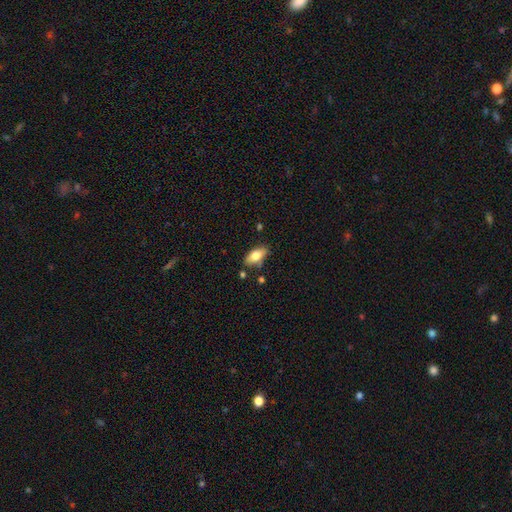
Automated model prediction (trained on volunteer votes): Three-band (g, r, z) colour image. It shows a smooth galaxy with no disk features (72%) that is in between round and cigar-shaped (86%). Merging: none (76%).